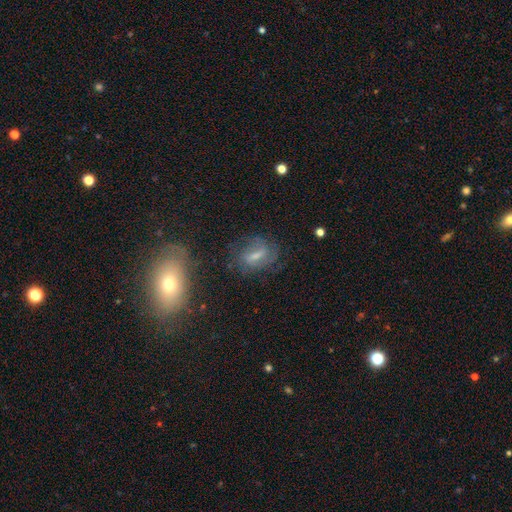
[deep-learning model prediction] Q: Smooth or featured?
A: featured or disk (56%); runner-up: smooth (32%)
Q: Edge-on disk?
A: no (91%); runner-up: yes (9%)
Q: Bar?
A: weak (46%); runner-up: strong (33%)
Q: Spiral arms?
A: yes (76%); runner-up: no (24%)
Q: Bulge size?
A: small (38%); runner-up: moderate (35%)
Q: Merging?
A: none (62%); runner-up: minor disturbance (21%)